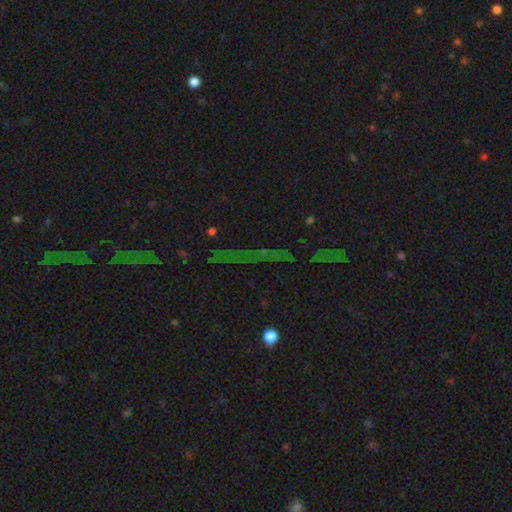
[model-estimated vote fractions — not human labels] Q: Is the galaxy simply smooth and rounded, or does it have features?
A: star or artifact — 78%.